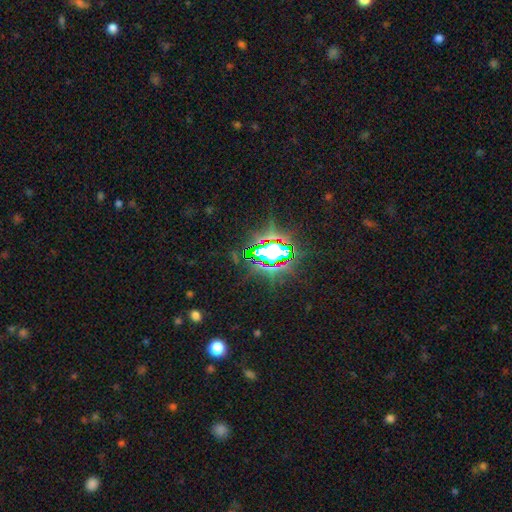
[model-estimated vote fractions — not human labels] star or artifact 79%, smooth 12%, featured or disk 9%.